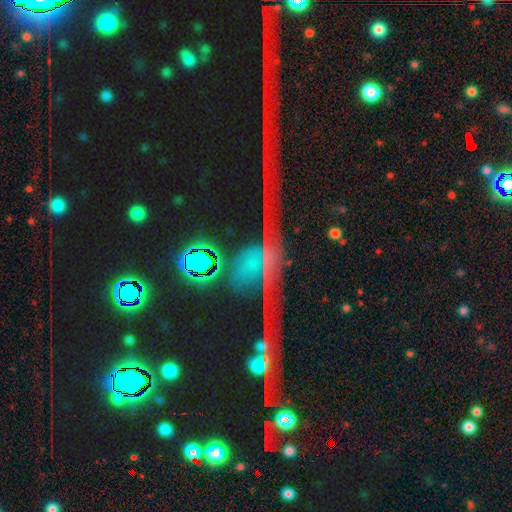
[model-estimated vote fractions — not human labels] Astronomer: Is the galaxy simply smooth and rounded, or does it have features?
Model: star or artifact — 65%.